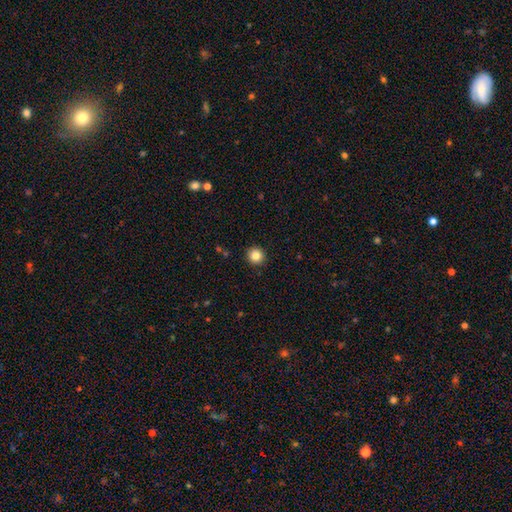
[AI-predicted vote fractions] Morphology: type=smooth (84%); roundness=round (95%); merging=none (93%).